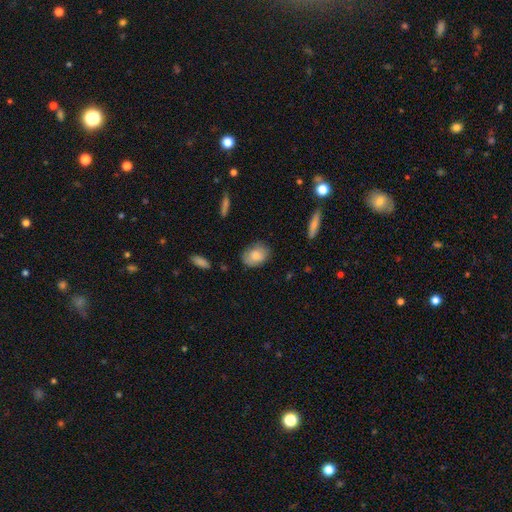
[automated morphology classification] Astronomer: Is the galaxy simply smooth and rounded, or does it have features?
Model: smooth — 84%.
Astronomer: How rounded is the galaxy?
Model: in between — 73%.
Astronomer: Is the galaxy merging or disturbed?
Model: none — 75%.